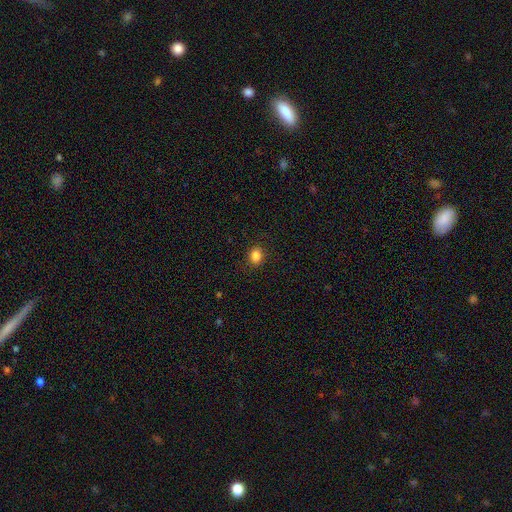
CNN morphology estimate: This is clearly a smooth galaxy (85%). How rounded: possibly round (51%). Merging: clearly none (88%).